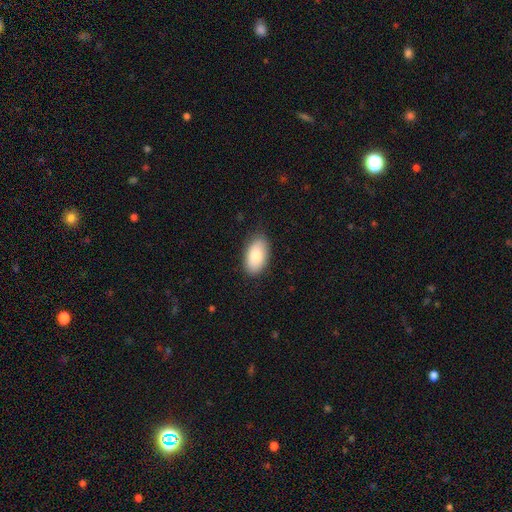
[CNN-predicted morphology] Smooth or featured? Predicted: smooth (p=0.84). How rounded? Predicted: in between (p=0.95). Merging? Predicted: none (p=0.84).